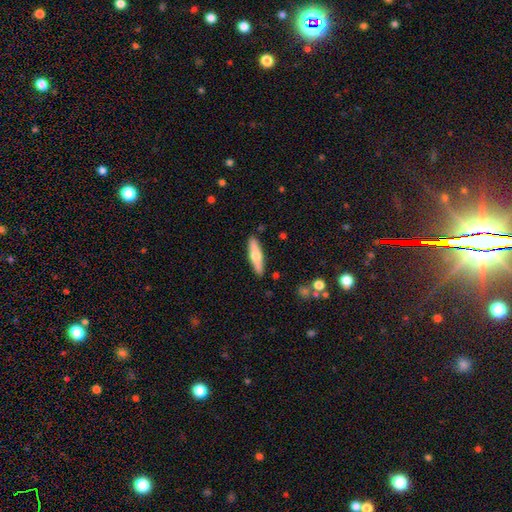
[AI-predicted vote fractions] The model was most divided on "smooth or featured": smooth: 53%, featured or disk: 42%, star or artifact: 6%. More confident: merging — none (88%); how rounded — cigar-shaped (73%).